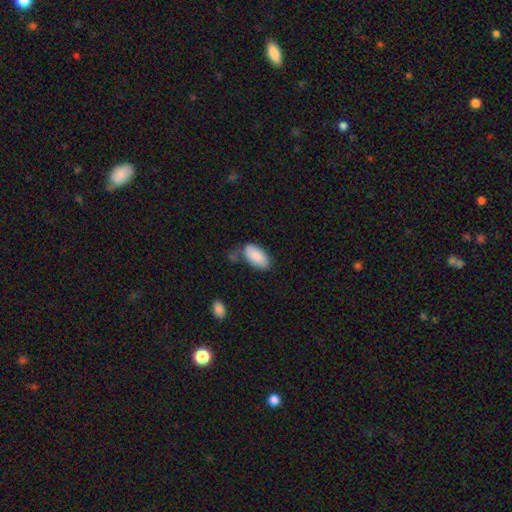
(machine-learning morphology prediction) Smooth or featured: smooth — 87% (featured or disk — 7%)
How rounded: in between — 95% (cigar-shaped — 3%)
Merging: none — 63% (minor disturbance — 23%)